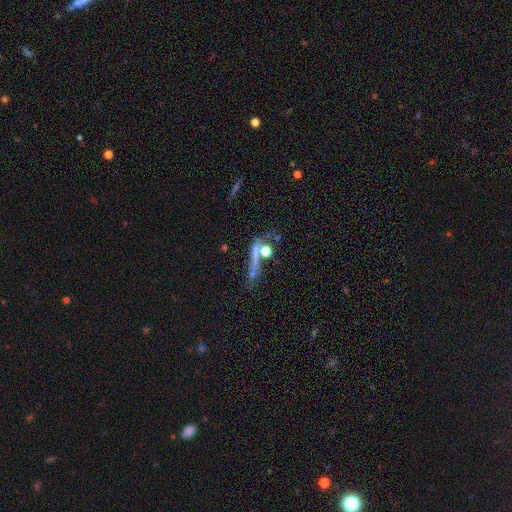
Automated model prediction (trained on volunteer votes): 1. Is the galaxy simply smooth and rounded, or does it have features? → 48% smooth, 29% featured or disk, 24% star or artifact.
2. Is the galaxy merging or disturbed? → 52% none, 22% merger, 13% minor disturbance, 13% major disturbance.